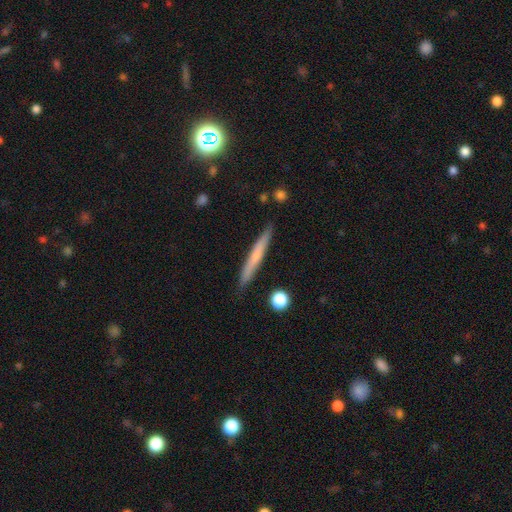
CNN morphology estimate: This is possibly a smooth galaxy (56%). How rounded: clearly cigar-shaped (96%). Merging: clearly none (89%).